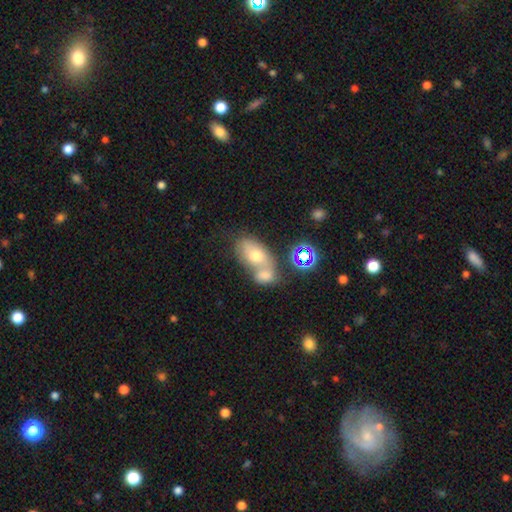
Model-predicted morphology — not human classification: A smooth galaxy with no disk features (61%) that is in between round and cigar-shaped (83%).

Vote fractions:
- Smooth or featured? smooth: 61% / featured or disk: 26% / star or artifact: 14%
- How rounded? in between: 83% / round: 14% / cigar-shaped: 3%
- Merging? merger: 58% / none: 27% / minor disturbance: 10% / major disturbance: 5%